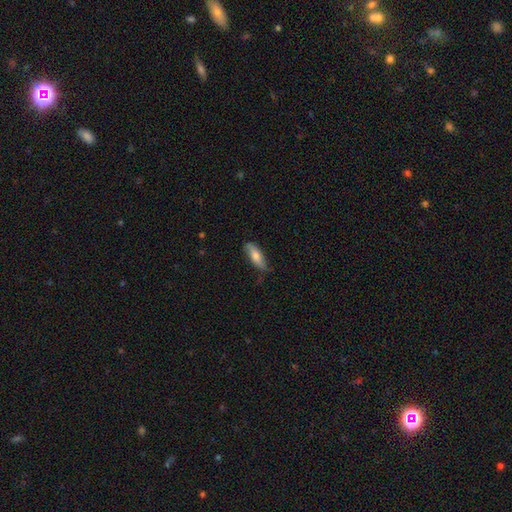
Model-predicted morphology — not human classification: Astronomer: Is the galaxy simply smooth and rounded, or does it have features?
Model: smooth — 71%.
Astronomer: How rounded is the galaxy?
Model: in between — 59% (runner-up: cigar-shaped, 38%).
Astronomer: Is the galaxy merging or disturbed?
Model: none — 73%.